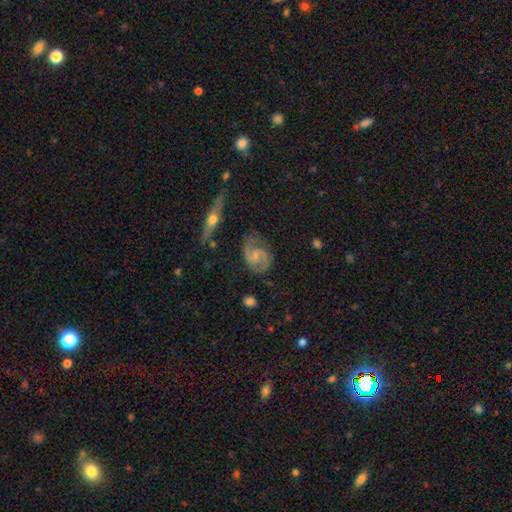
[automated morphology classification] This is clearly a featured or disk galaxy (84%). It is clearly not viewed edge-on (97%). Bar: possibly no (51%). Spiral arm pattern: clearly yes (96%). Spiral arm count: clearly 2 (91%). Spiral winding: possibly medium (56%). Central bulge: possibly small (52%). Merging: likely none (74%).